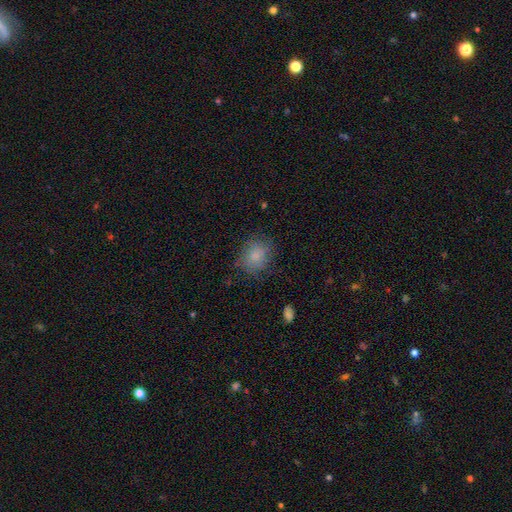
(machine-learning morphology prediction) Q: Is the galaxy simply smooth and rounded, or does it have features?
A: smooth — 81%.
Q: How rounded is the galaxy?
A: round — 70%.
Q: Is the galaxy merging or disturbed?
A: none — 75%.